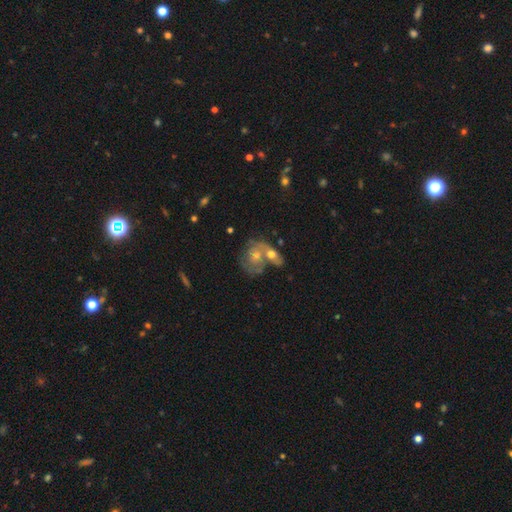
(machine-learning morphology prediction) Smooth or featured?
  - featured or disk: 63% *
  - smooth: 27%
  - star or artifact: 10%
Edge-on disk?
  - no: 95% *
  - yes: 5%
Bar?
  - no: 81% *
  - weak: 16%
  - strong: 3%
Spiral arms?
  - yes: 68% *
  - no: 32%
Bulge size?
  - moderate: 62% *
  - small: 28%
  - large: 6%
  - none: 3%
  - dominant: 2%
Merging?
  - merger: 45% *
  - none: 35%
  - minor disturbance: 12%
  - major disturbance: 8%